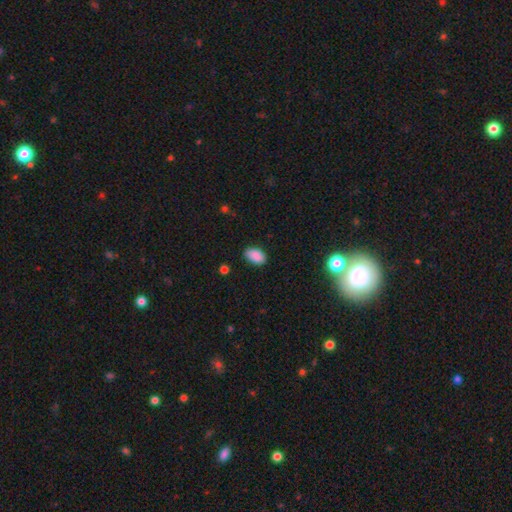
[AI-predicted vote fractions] smooth 89%, star or artifact 8%, featured or disk 3%. Down the decision tree: how rounded — in between (93%); merging — none (82%).